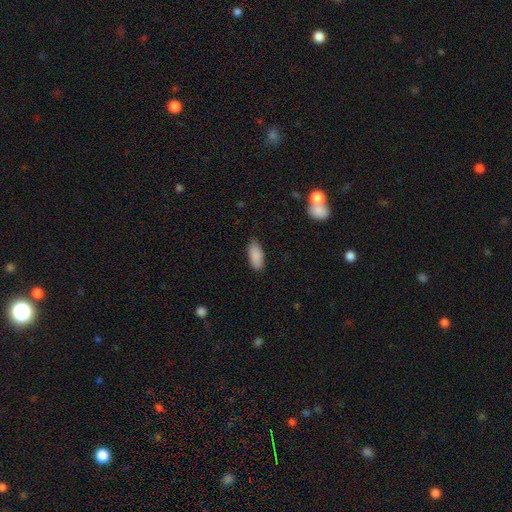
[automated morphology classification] type=smooth (89%); roundness=in between (84%); merging=none (86%).